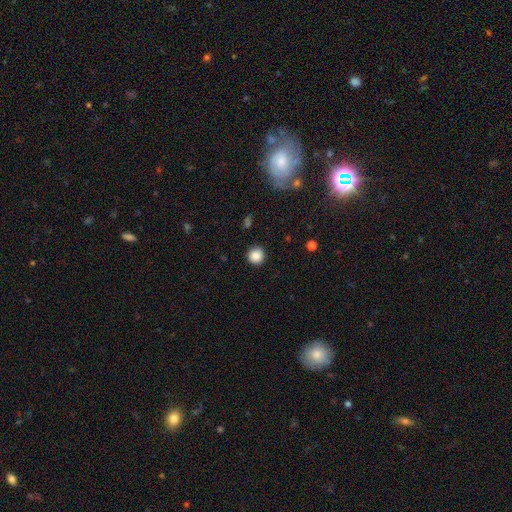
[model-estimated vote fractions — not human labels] smooth_or_featured: smooth (p=0.86) [alt: star or artifact p=0.10]
how_rounded: round (p=0.95) [alt: in between p=0.04]
merging: none (p=0.92) [alt: minor disturbance p=0.05]